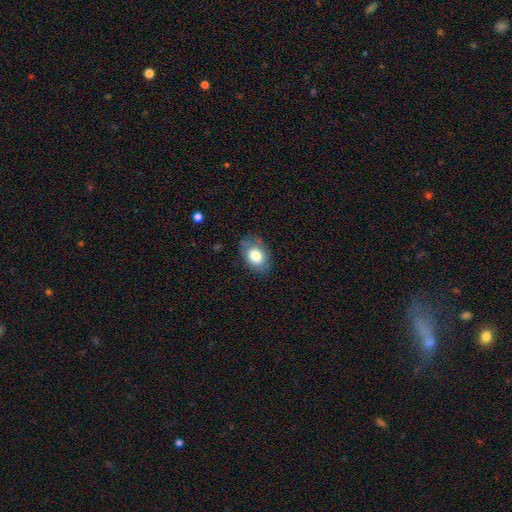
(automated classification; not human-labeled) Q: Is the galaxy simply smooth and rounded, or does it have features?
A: smooth — 79%.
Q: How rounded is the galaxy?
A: in between — 82%.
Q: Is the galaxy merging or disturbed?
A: none — 73%.